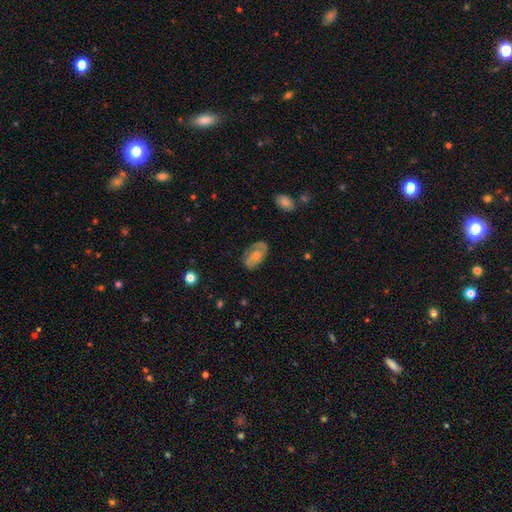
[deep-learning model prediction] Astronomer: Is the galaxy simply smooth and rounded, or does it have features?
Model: featured or disk — 59%.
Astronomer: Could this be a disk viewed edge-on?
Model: no — 96%.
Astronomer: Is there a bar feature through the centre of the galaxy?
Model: no — 66%.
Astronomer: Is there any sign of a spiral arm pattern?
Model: yes — 85%.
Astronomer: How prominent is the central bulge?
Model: small — 38% (runner-up: moderate, 37%).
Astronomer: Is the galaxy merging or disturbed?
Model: none — 68%.